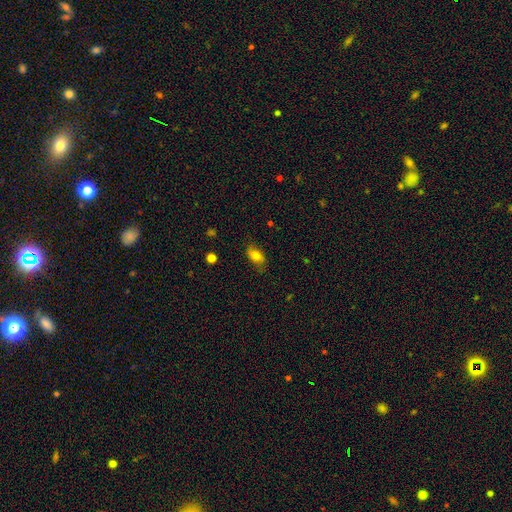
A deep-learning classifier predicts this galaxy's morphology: Smooth or featured?
  - smooth: 73% *
  - featured or disk: 18%
  - star or artifact: 9%
How rounded?
  - in between: 87% *
  - round: 9%
  - cigar-shaped: 4%
Merging?
  - none: 75% *
  - minor disturbance: 19%
  - major disturbance: 5%
  - merger: 1%